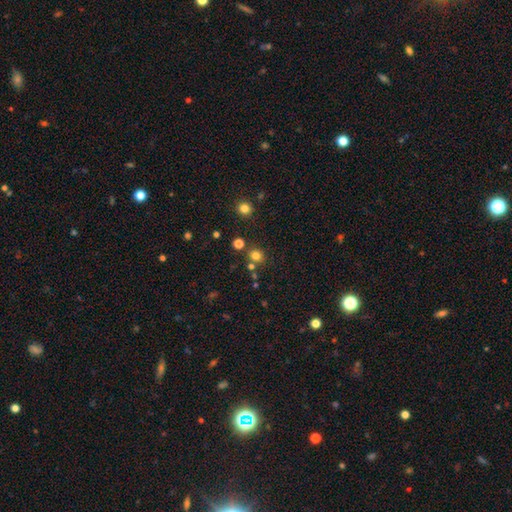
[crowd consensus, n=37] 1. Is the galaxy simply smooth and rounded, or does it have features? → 84% smooth, 11% featured or disk, 5% star or artifact.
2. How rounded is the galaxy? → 81% round, 19% in between, 0% cigar-shaped.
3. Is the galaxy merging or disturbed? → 80% none, 9% minor disturbance, 9% merger, 3% major disturbance.